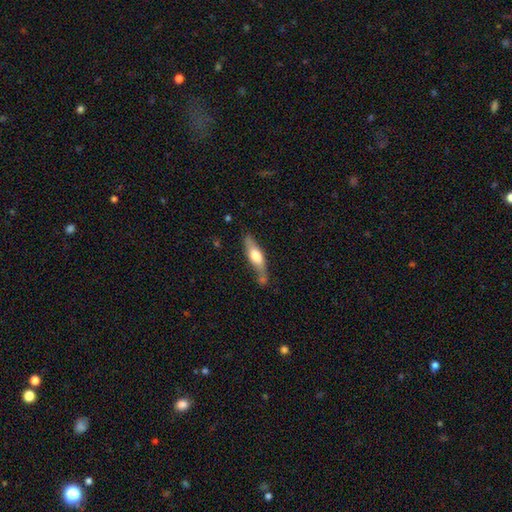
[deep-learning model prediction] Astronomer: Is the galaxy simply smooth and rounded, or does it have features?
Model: smooth — 51% (runner-up: featured or disk, 44%).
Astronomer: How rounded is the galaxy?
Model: cigar-shaped — 61%.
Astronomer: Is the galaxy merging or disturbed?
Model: none — 59%.